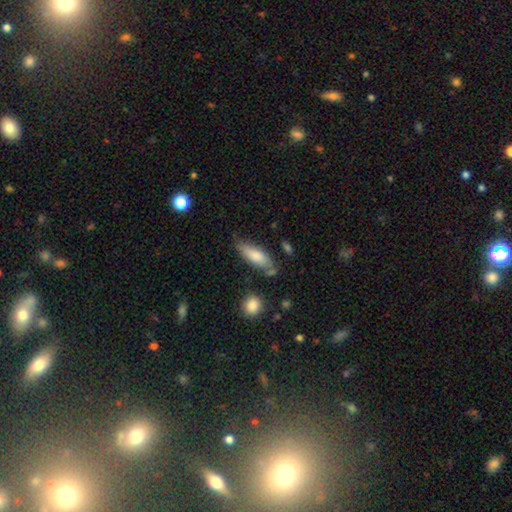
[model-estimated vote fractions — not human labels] smooth_or_featured: smooth (p=0.77) [alt: featured or disk p=0.17]
how_rounded: in between (p=0.55) [alt: cigar-shaped p=0.43]
merging: none (p=0.66) [alt: minor disturbance p=0.22]